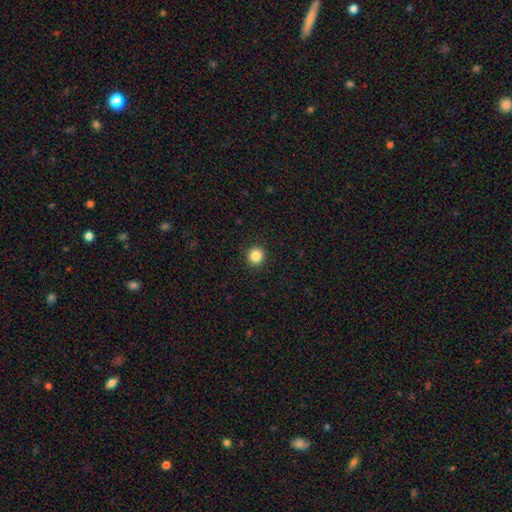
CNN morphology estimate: This appears to be a smooth galaxy with no disk features (86%) that is round (94%). Merging: none (93%).